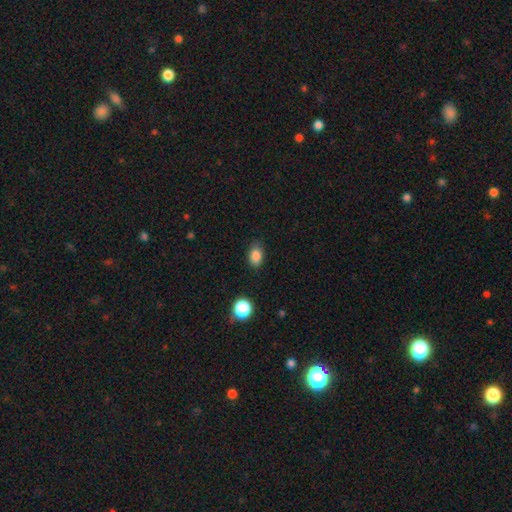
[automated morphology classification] Smooth or featured? Predicted: smooth (p=0.85). How rounded? Predicted: in between (p=0.80). Merging? Predicted: none (p=0.81).